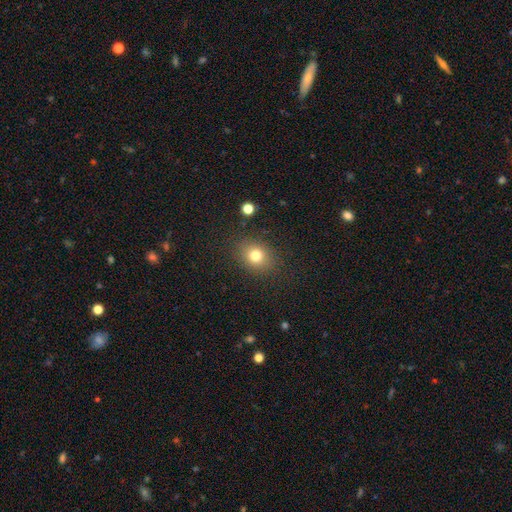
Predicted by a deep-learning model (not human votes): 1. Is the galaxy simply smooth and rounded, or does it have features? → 78% smooth, 13% star or artifact, 9% featured or disk.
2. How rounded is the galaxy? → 57% round, 42% in between, 1% cigar-shaped.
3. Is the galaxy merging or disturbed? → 85% none, 10% minor disturbance, 4% major disturbance, 2% merger.